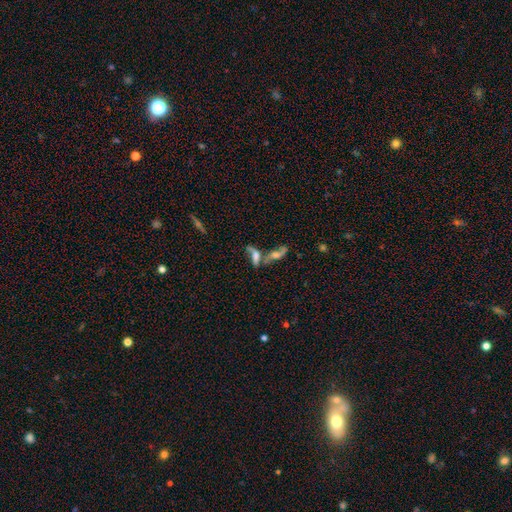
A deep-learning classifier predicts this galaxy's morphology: Smooth or featured? Predicted: featured or disk (p=0.51). Edge-on disk? Predicted: no (p=0.70). Merging? Predicted: merger (p=0.59).